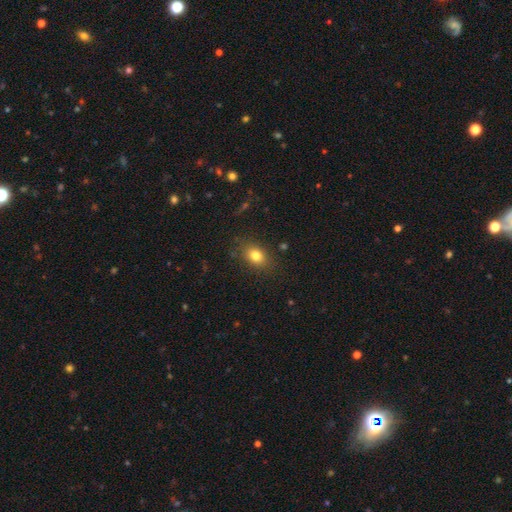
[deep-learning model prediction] smooth_or_featured: smooth (p=0.81) [alt: star or artifact p=0.11]
how_rounded: in between (p=0.67) [alt: round p=0.32]
merging: none (p=0.83) [alt: minor disturbance p=0.12]